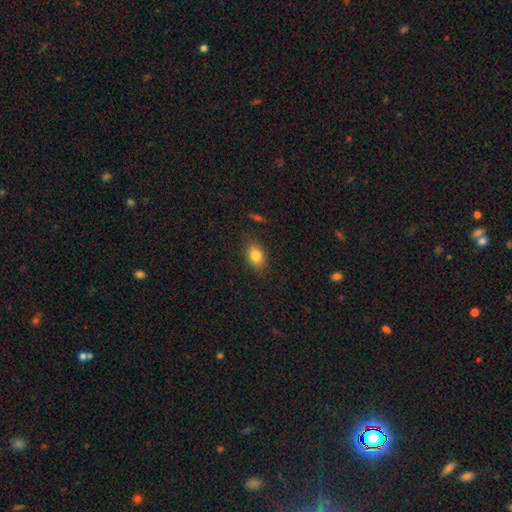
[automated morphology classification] Smooth or featured?
  - smooth: 83% *
  - star or artifact: 9%
  - featured or disk: 8%
How rounded?
  - in between: 77% *
  - round: 21%
  - cigar-shaped: 2%
Merging?
  - none: 84% *
  - minor disturbance: 12%
  - major disturbance: 3%
  - merger: 1%